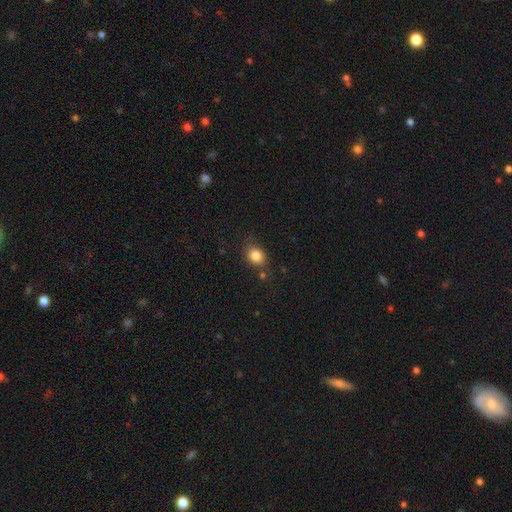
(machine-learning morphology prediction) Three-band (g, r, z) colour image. It shows a smooth galaxy with no disk features (84%) that is round (52%). Merging: none (76%).